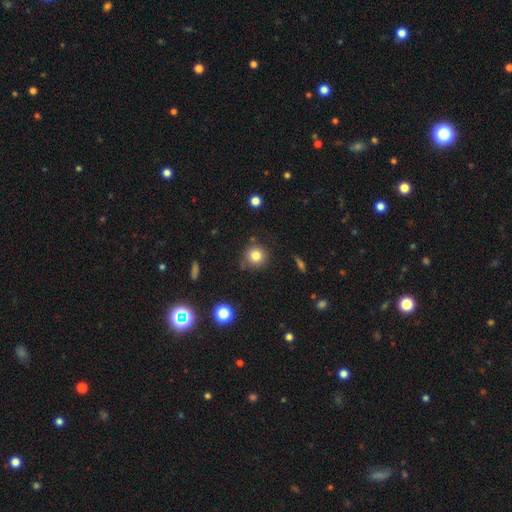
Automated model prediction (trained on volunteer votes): smooth_or_featured: smooth (p=0.80) [alt: star or artifact p=0.12]
how_rounded: round (p=0.92) [alt: in between p=0.07]
merging: none (p=0.79) [alt: minor disturbance p=0.13]